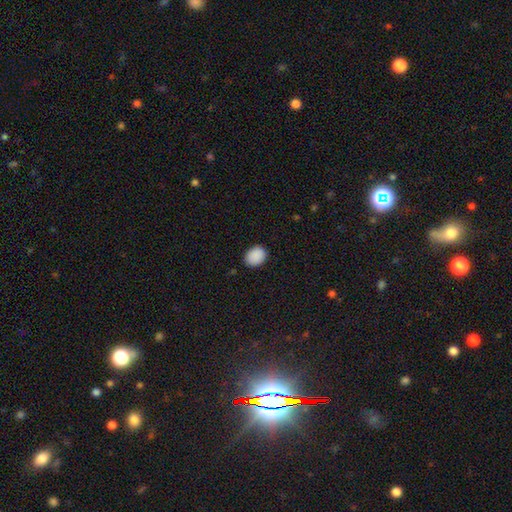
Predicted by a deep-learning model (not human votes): Smooth or featured? Predicted: smooth (p=0.90). How rounded? Predicted: in between (p=0.64). Merging? Predicted: none (p=0.85).